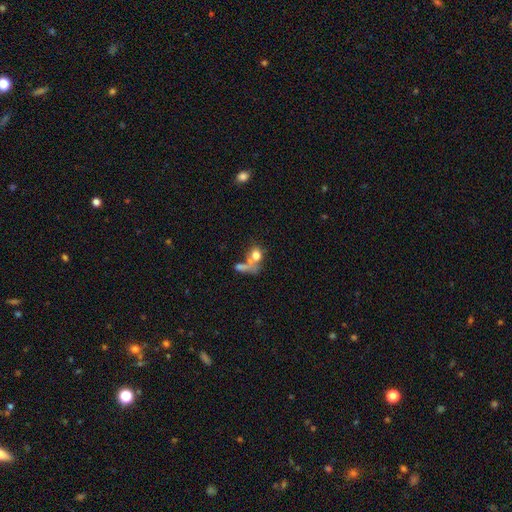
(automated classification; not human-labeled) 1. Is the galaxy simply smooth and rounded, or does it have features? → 69% smooth, 19% featured or disk, 13% star or artifact.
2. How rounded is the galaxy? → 50% round, 46% in between, 4% cigar-shaped.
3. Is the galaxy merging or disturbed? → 43% merger, 30% none, 17% major disturbance, 11% minor disturbance.